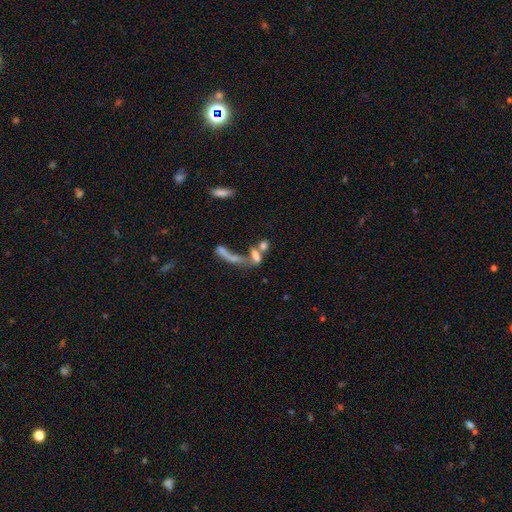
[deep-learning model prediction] smooth_or_featured: smooth (p=0.56) [alt: featured or disk p=0.29]
how_rounded: in between (p=0.58) [alt: cigar-shaped p=0.30]
merging: merger (p=0.58) [alt: none p=0.18]